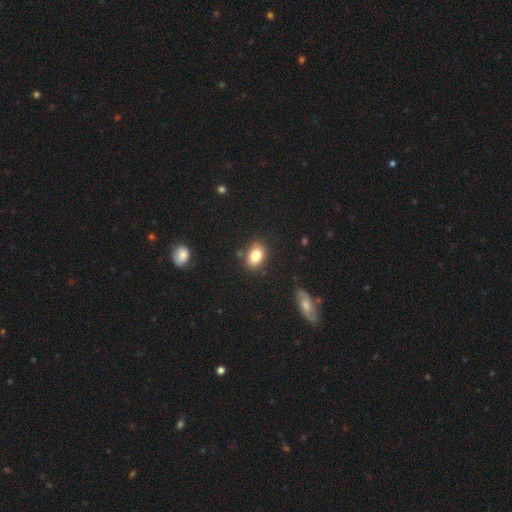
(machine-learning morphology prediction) smooth_or_featured: smooth (p=0.83) [alt: star or artifact p=0.09]
how_rounded: in between (p=0.80) [alt: round p=0.19]
merging: none (p=0.80) [alt: minor disturbance p=0.13]